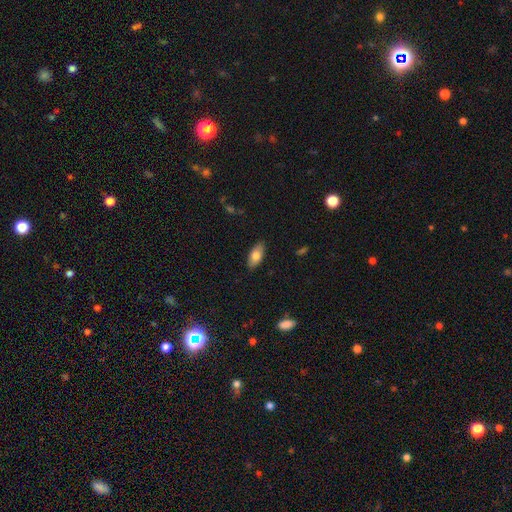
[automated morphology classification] A smooth galaxy with no disk features (78%) that is in between round and cigar-shaped (89%).

Vote fractions:
- Smooth or featured? smooth: 78% / featured or disk: 15% / star or artifact: 7%
- How rounded? in between: 89% / cigar-shaped: 9% / round: 3%
- Merging? none: 86% / minor disturbance: 11% / major disturbance: 2% / merger: 1%